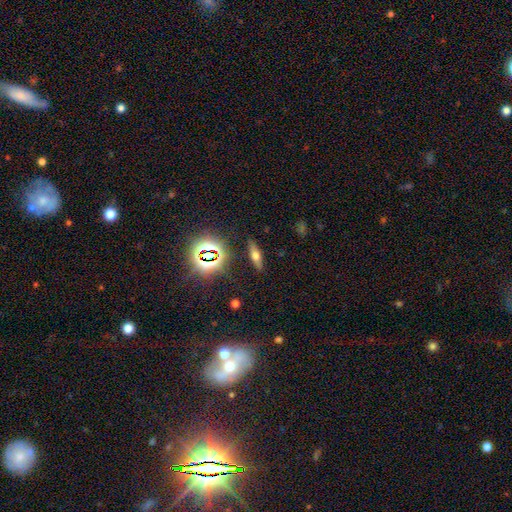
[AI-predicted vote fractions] smooth-or-featured: smooth: 44% | featured or disk: 36% | star or artifact: 20%
  merging: none: 86% | minor disturbance: 9% | major disturbance: 3% | merger: 2%